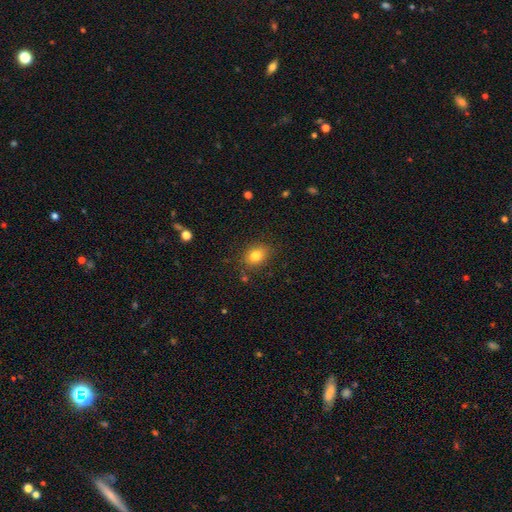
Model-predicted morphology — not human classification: Smooth or featured? smooth (81%)
How rounded? in between (63%)
Merging? none (83%)